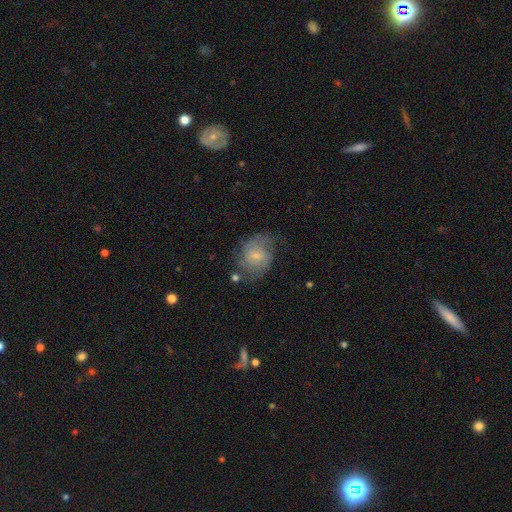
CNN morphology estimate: The model was most divided on "bar" (2-way tie): no: 46%, weak: 46%, strong: 8%. More confident: edge-on disk — no (97%); spiral arms — yes (82%); bulge size — small (65%); smooth or featured — featured or disk (57%); merging — none (51%).